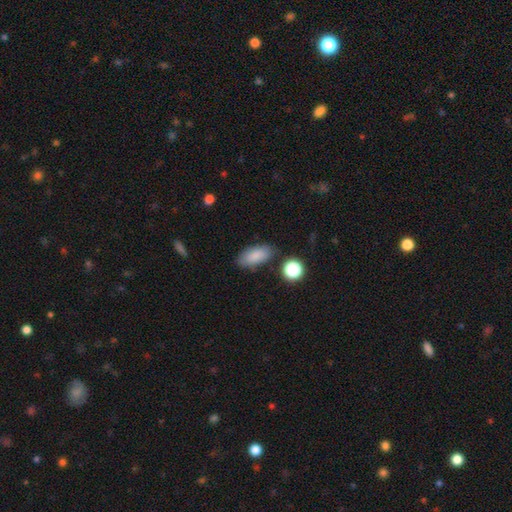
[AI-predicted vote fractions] Smooth or featured: smooth — 85% (star or artifact — 8%)
How rounded: in between — 88% (cigar-shaped — 8%)
Merging: none — 78% (minor disturbance — 14%)